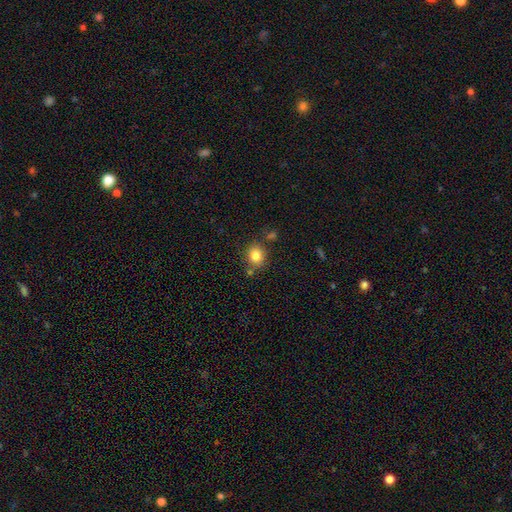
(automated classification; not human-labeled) The model was most divided on "how rounded": round: 73%, in between: 26%, cigar-shaped: 1%. More confident: smooth or featured — smooth (83%); merging — none (75%).